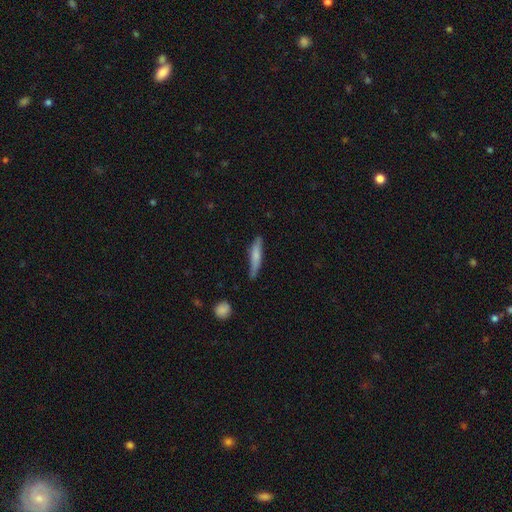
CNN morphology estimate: A smooth galaxy with no disk features (66%) that is cigar-shaped (88%).

Vote fractions:
- Smooth or featured? smooth: 66% / featured or disk: 29% / star or artifact: 6%
- How rounded? cigar-shaped: 88% / in between: 10% / round: 2%
- Merging? none: 68% / minor disturbance: 25% / major disturbance: 4% / merger: 3%